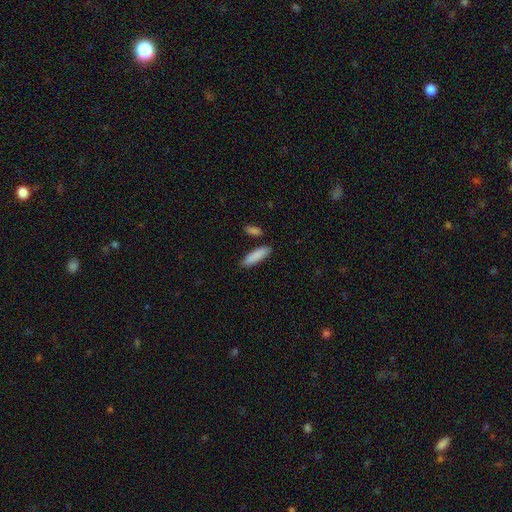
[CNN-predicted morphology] Smooth or featured: smooth — 88% (featured or disk — 7%)
How rounded: cigar-shaped — 68% (in between — 31%)
Merging: none — 84% (minor disturbance — 9%)